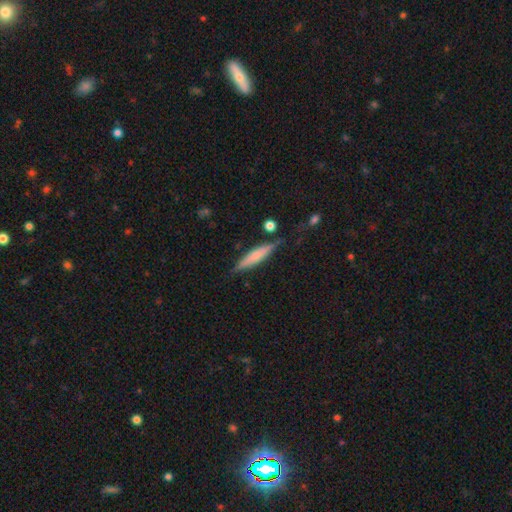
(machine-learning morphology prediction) smooth 60%, featured or disk 33%, star or artifact 7%. Down the decision tree: how rounded — cigar-shaped (85%); merging — none (75%).